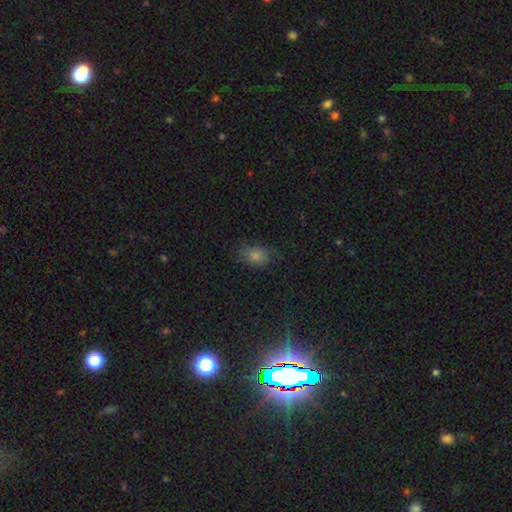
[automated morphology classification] Q: Smooth or featured?
A: smooth (63%); runner-up: star or artifact (26%)
Q: How rounded?
A: in between (68%); runner-up: round (31%)
Q: Merging?
A: none (72%); runner-up: minor disturbance (20%)